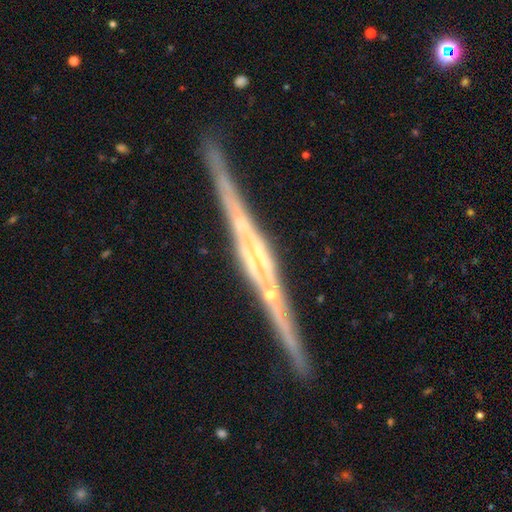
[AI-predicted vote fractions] A featured or disk galaxy (87%) viewed edge-on (98%) with a boxy central bulge (44%).

Vote fractions:
- Smooth or featured? featured or disk: 87% / smooth: 7% / star or artifact: 6%
- Edge-on disk? yes: 98% / no: 2%
- Edge-on bulge? boxy: 44% / rounded: 33% / none: 23%
- Merging? none: 87% / minor disturbance: 9% / major disturbance: 2% / merger: 2%